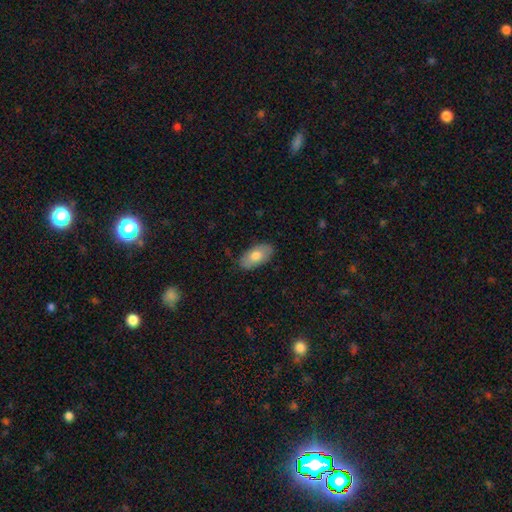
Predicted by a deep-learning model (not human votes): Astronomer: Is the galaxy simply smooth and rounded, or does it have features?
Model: smooth — 75%.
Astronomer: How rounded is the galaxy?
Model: in between — 94%.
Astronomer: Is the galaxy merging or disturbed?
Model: none — 84%.